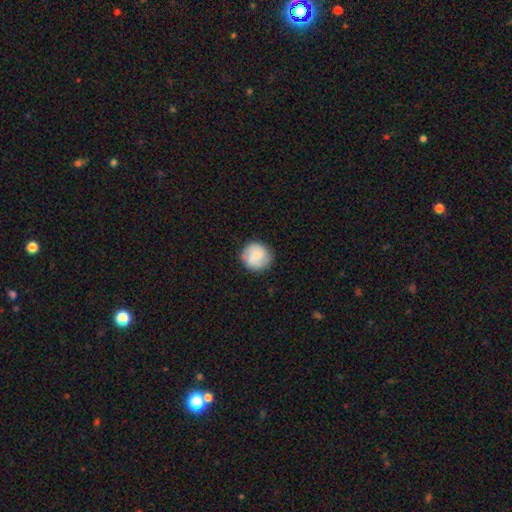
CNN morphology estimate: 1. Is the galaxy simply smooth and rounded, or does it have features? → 58% smooth, 34% featured or disk, 7% star or artifact.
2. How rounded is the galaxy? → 91% round, 8% in between, 1% cigar-shaped.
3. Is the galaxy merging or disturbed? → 84% none, 12% minor disturbance, 3% major disturbance, 1% merger.